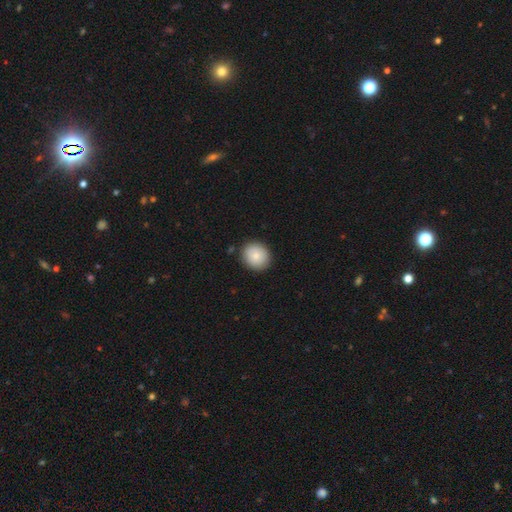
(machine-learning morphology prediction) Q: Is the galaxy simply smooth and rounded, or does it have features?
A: smooth — 84%.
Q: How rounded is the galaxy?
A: round — 81%.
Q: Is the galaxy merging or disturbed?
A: none — 89%.